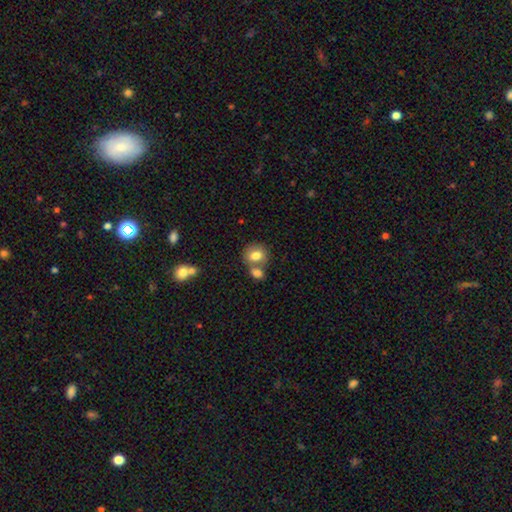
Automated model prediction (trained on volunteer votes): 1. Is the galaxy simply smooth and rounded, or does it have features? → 79% smooth, 12% featured or disk, 9% star or artifact.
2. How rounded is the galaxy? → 53% round, 46% in between, 1% cigar-shaped.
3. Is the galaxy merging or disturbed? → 46% none, 39% merger, 11% minor disturbance, 4% major disturbance.